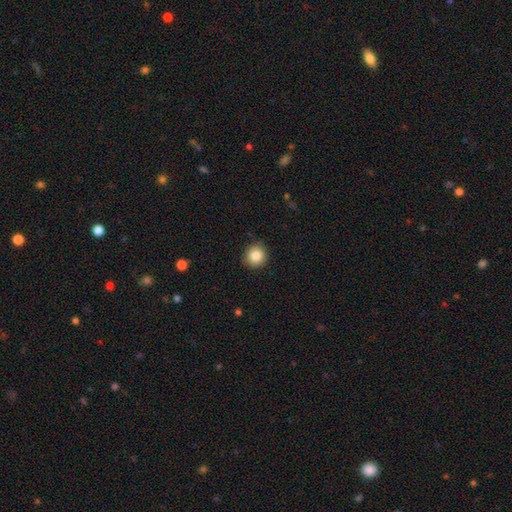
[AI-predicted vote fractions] A smooth galaxy with no disk features (85%) that is round (93%).

Vote fractions:
- Smooth or featured? smooth: 85% / star or artifact: 9% / featured or disk: 6%
- How rounded? round: 93% / in between: 6% / cigar-shaped: 1%
- Merging? none: 90% / minor disturbance: 7% / major disturbance: 2% / merger: 1%